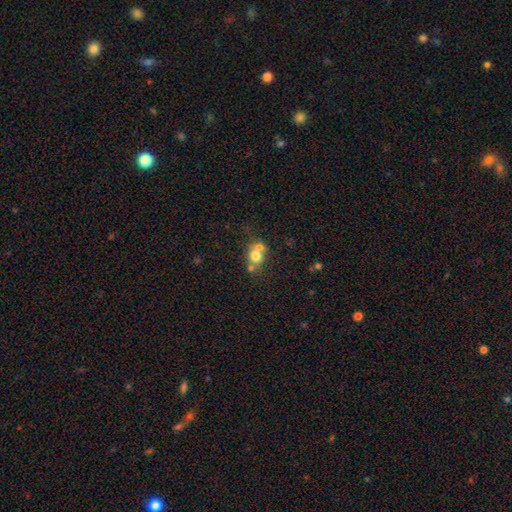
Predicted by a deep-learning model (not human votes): Smooth or featured: smooth — 69% (featured or disk — 19%)
How rounded: round — 74% (in between — 25%)
Merging: merger — 52% (none — 36%)